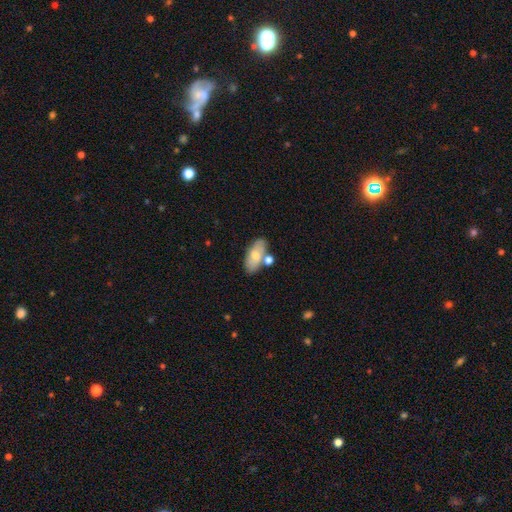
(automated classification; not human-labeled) A smooth galaxy with no disk features (68%) that is in between round and cigar-shaped (89%). Merging: none (63%).